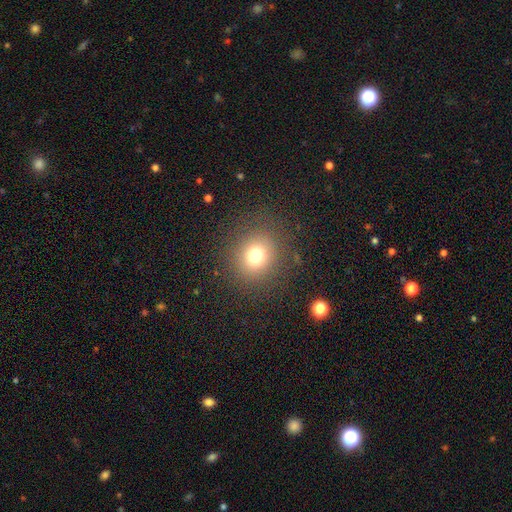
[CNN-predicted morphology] Smooth or featured: smooth — 74% (star or artifact — 16%)
How rounded: round — 84% (in between — 15%)
Merging: none — 86% (minor disturbance — 8%)